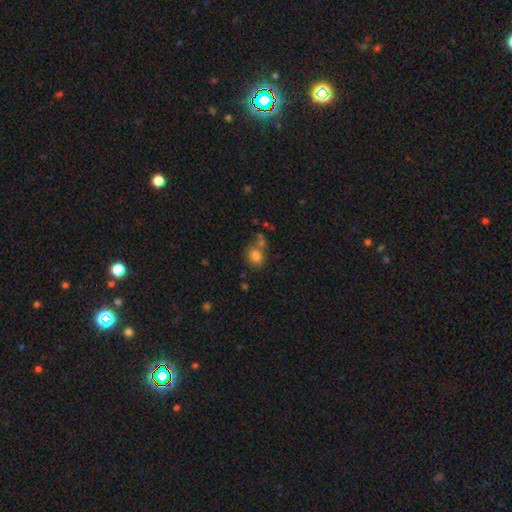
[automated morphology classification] Smooth or featured?
  - smooth: 80% *
  - star or artifact: 11%
  - featured or disk: 9%
How rounded?
  - round: 54% *
  - in between: 45%
  - cigar-shaped: 1%
Merging?
  - none: 53% *
  - merger: 21%
  - minor disturbance: 18%
  - major disturbance: 8%